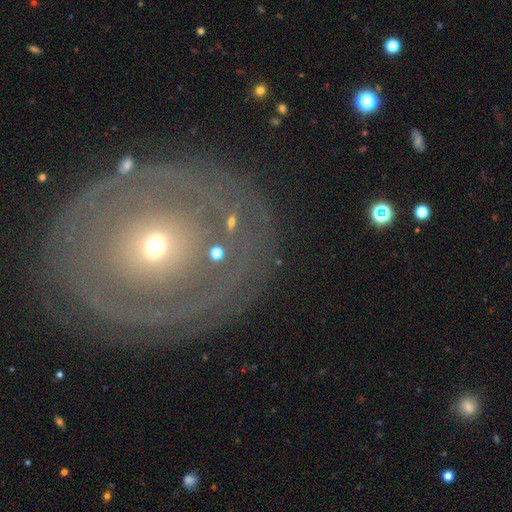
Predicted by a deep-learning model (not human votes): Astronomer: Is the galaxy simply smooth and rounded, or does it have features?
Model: featured or disk — 64%.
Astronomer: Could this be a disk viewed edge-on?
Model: no — 94%.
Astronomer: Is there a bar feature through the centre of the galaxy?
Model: no — 87%.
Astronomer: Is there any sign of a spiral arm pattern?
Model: no — 64%.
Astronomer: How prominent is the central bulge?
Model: small — 56% (runner-up: moderate, 39%).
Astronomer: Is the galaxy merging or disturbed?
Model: none — 81%.